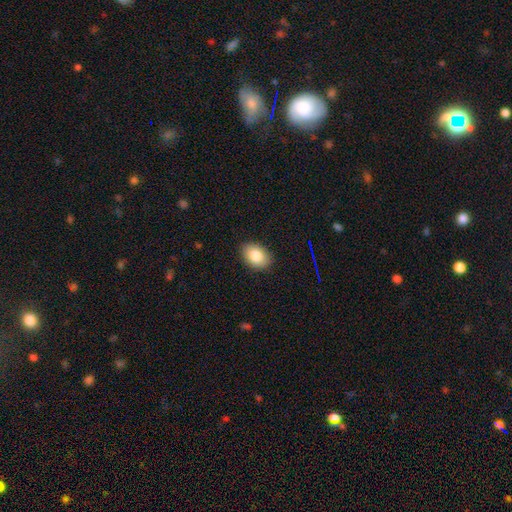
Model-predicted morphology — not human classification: The model was most divided on "how rounded": in between: 77%, round: 22%, cigar-shaped: 1%. More confident: merging — none (88%); smooth or featured — smooth (83%).